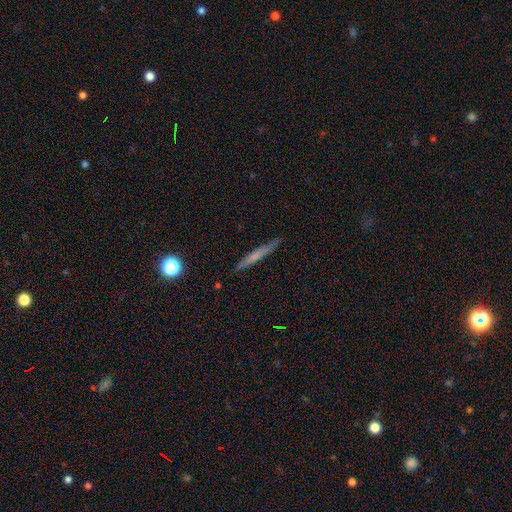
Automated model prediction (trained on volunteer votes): The model was most divided on "smooth or featured": smooth: 52%, featured or disk: 40%, star or artifact: 8%. More confident: how rounded — cigar-shaped (95%); merging — none (87%).